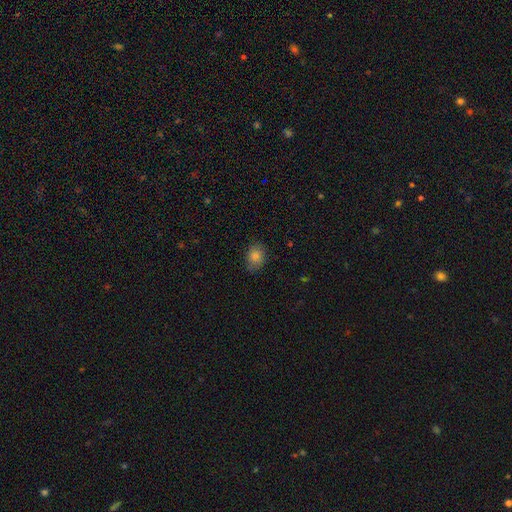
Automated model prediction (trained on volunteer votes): Smooth or featured? Predicted: smooth (p=0.83). How rounded? Predicted: in between (p=0.66). Merging? Predicted: none (p=0.78).